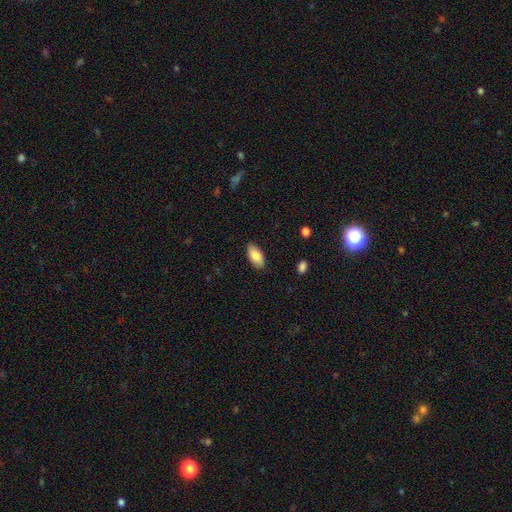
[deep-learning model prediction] Morphology: type=smooth (85%); roundness=in between (92%); merging=none (87%).